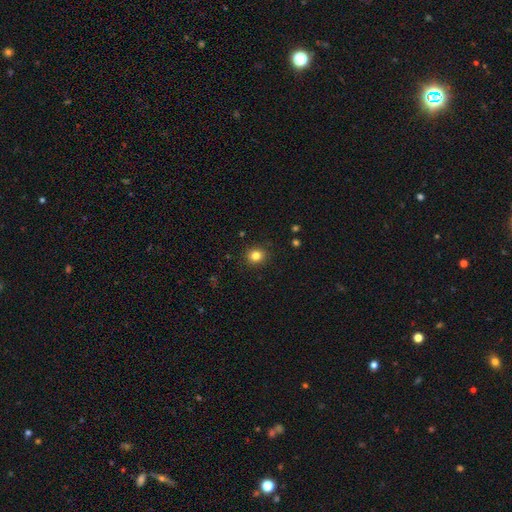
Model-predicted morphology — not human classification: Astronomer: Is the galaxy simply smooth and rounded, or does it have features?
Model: smooth — 82%.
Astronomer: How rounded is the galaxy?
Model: round — 81%.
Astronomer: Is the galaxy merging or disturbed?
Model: none — 90%.